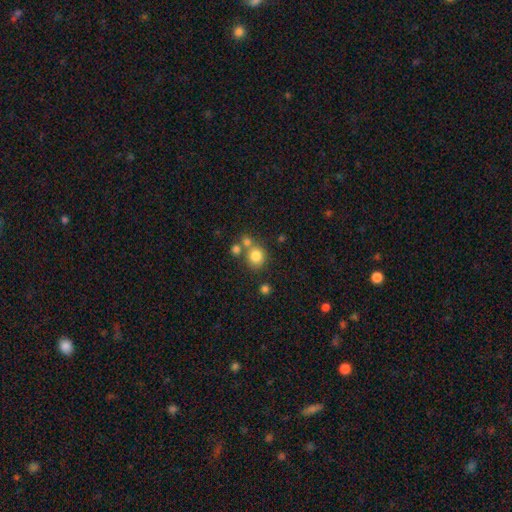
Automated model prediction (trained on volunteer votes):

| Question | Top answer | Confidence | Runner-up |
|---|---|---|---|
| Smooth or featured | smooth | 80% | star or artifact (12%) |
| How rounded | round | 84% | in between (15%) |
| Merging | none | 61% | merger (26%) |